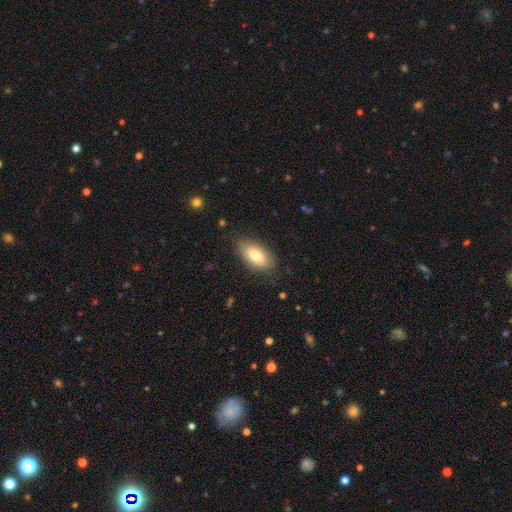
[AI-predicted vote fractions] Q: Smooth or featured?
A: smooth (79%); runner-up: featured or disk (15%)
Q: How rounded?
A: in between (91%); runner-up: cigar-shaped (5%)
Q: Merging?
A: none (80%); runner-up: minor disturbance (15%)